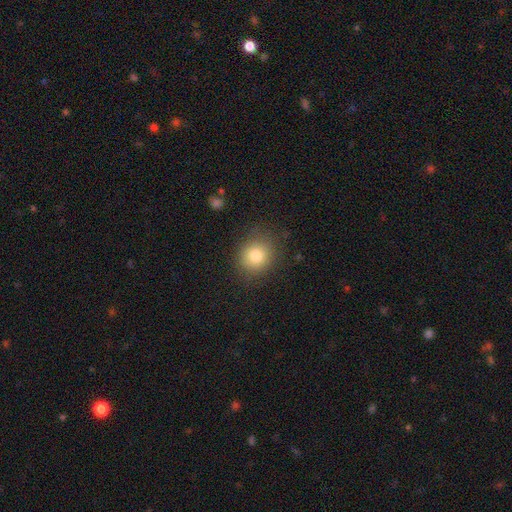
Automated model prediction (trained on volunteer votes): A smooth galaxy with no disk features (81%) that is round (75%). Merging: none (82%).